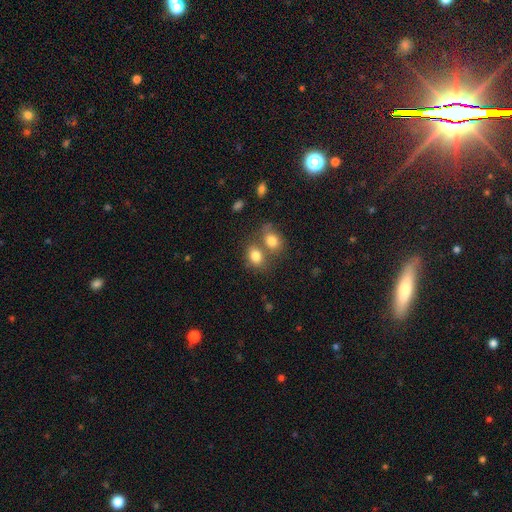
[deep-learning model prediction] Morphology: type=smooth (81%); roundness=in between (59%); merging=merger (44%).